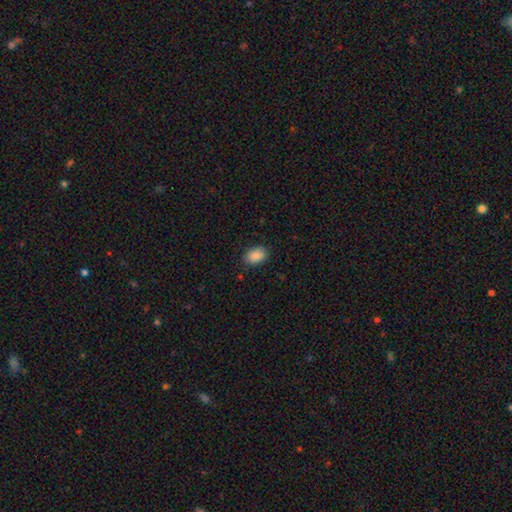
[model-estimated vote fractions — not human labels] A smooth galaxy with no disk features (88%) that is in between round and cigar-shaped (82%).

Vote fractions:
- Smooth or featured? smooth: 88% / star or artifact: 8% / featured or disk: 5%
- How rounded? in between: 82% / round: 17% / cigar-shaped: 1%
- Merging? none: 85% / minor disturbance: 11% / major disturbance: 3% / merger: 1%